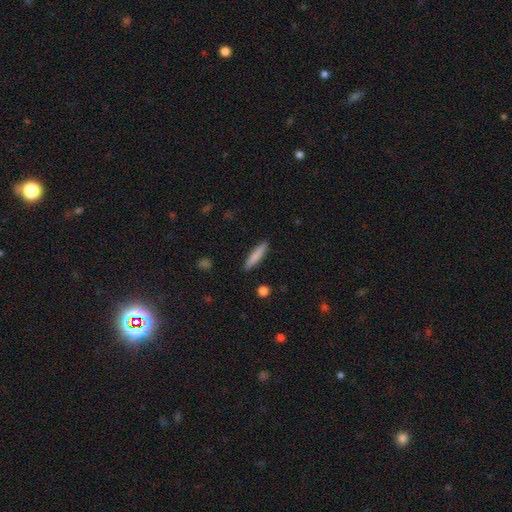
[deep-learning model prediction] Smooth or featured? smooth (81%)
How rounded? cigar-shaped (90%)
Merging? none (91%)